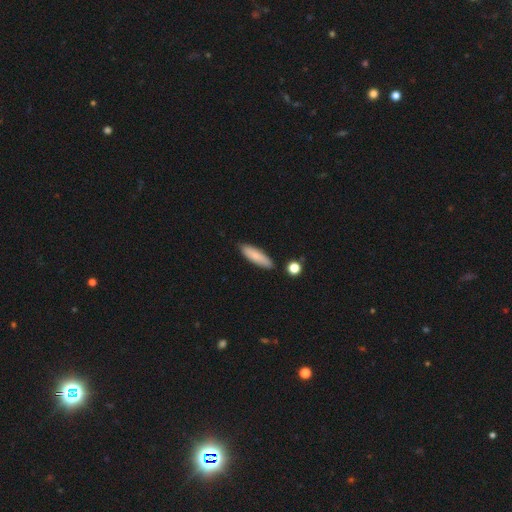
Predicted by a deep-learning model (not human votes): This appears to be a smooth galaxy with no disk features (82%) that is cigar-shaped (58%). Merging: none (83%).